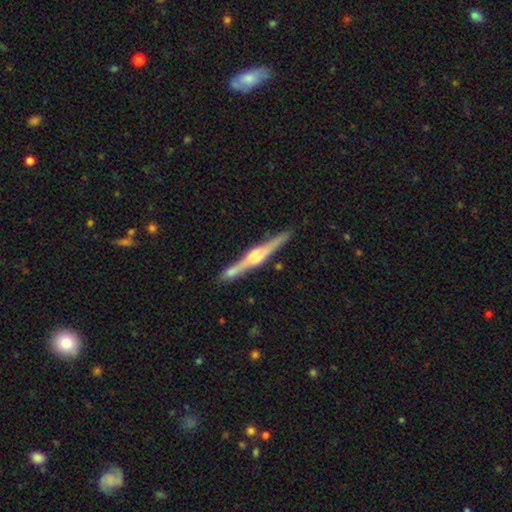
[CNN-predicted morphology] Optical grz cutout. It shows a featured or disk galaxy (82%) viewed edge-on (98%) with a rounded central bulge (66%). Merging: none (86%).